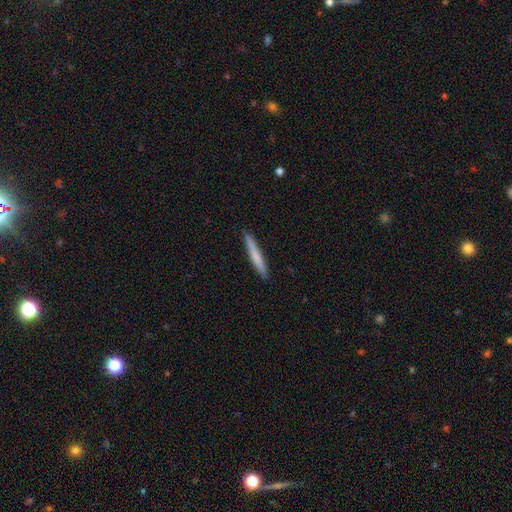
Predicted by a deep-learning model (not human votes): Smooth or featured?
  - smooth: 70% *
  - featured or disk: 25%
  - star or artifact: 5%
How rounded?
  - cigar-shaped: 96% *
  - in between: 3%
  - round: 1%
Merging?
  - none: 91% *
  - minor disturbance: 7%
  - major disturbance: 1%
  - merger: 1%